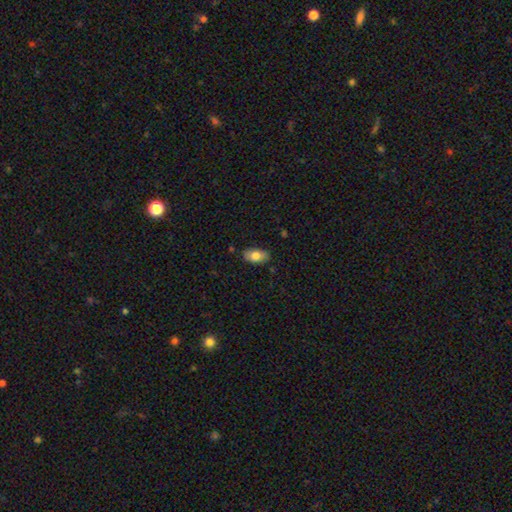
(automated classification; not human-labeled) Overall: smooth (78%). How rounded: in between (93%). Merging: none (84%).